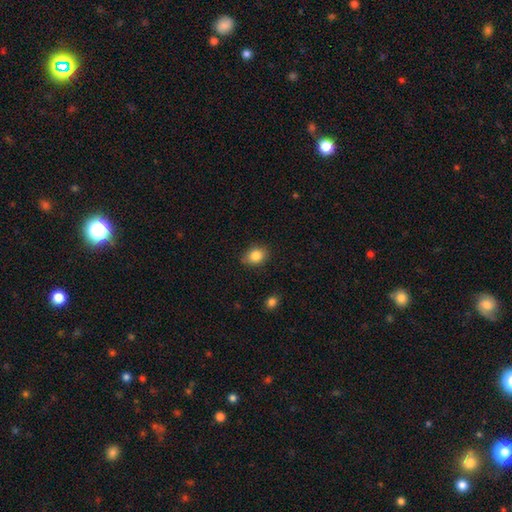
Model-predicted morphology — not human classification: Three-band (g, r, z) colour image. It shows a smooth galaxy with no disk features (85%) that is in between round and cigar-shaped (55%). Merging: none (83%).